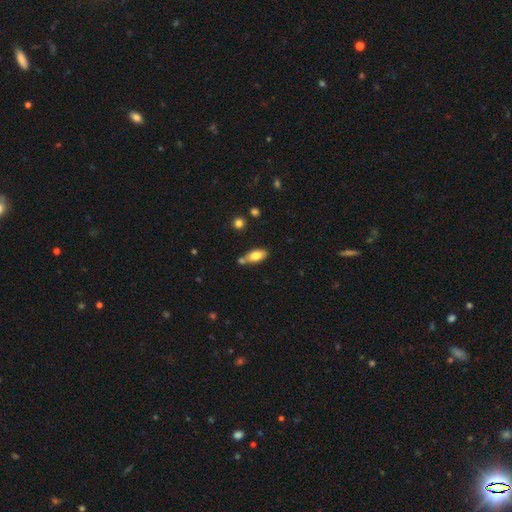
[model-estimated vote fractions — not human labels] A smooth galaxy with no disk features (77%) that is in between round and cigar-shaped (86%).

Vote fractions:
- Smooth or featured? smooth: 77% / featured or disk: 15% / star or artifact: 7%
- How rounded? in between: 86% / cigar-shaped: 11% / round: 3%
- Merging? none: 60% / merger: 20% / minor disturbance: 17% / major disturbance: 4%